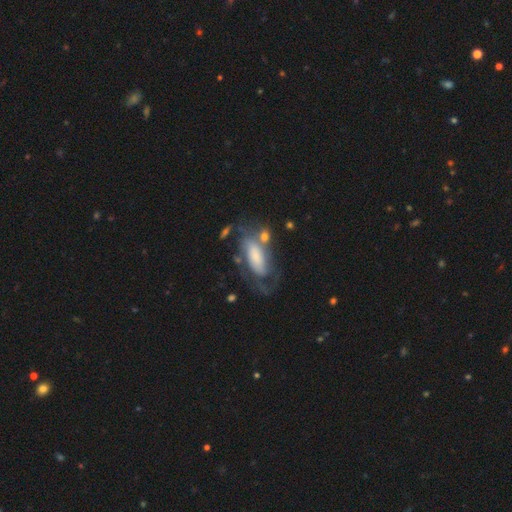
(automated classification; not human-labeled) Morphology: type=featured or disk (58%); edge-on=no (90%); bar=no (59%); spiral arms=yes (81%); bulge=small (31%); merging=none (42%).